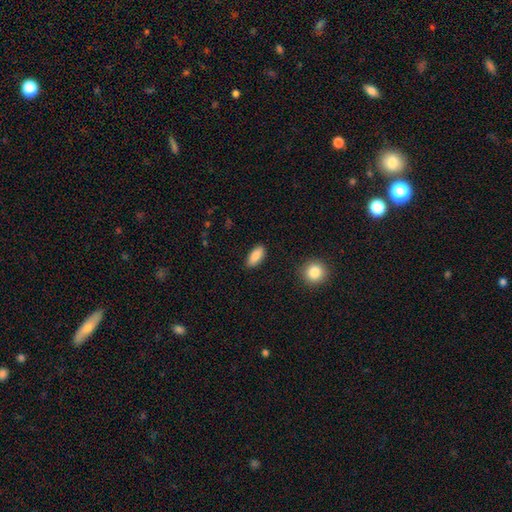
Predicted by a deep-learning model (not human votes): A smooth galaxy with no disk features (87%) that is in between round and cigar-shaped (86%).

Vote fractions:
- Smooth or featured? smooth: 87% / star or artifact: 7% / featured or disk: 6%
- How rounded? in between: 86% / cigar-shaped: 11% / round: 3%
- Merging? none: 87% / minor disturbance: 10% / major disturbance: 2% / merger: 1%